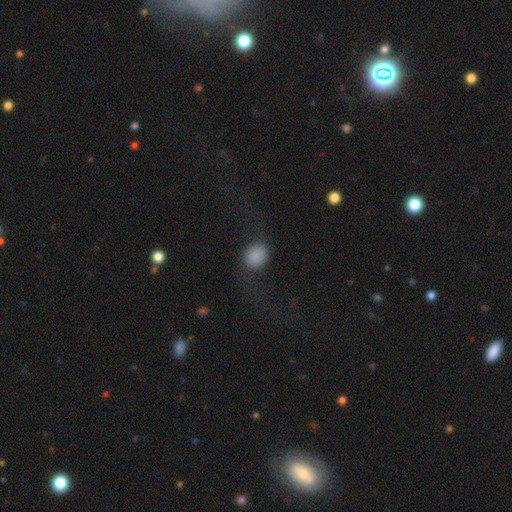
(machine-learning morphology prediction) Smooth or featured?
  - smooth: 81% *
  - star or artifact: 11%
  - featured or disk: 8%
How rounded?
  - in between: 52% *
  - round: 47%
  - cigar-shaped: 2%
Merging?
  - none: 62% *
  - major disturbance: 18%
  - minor disturbance: 17%
  - merger: 3%